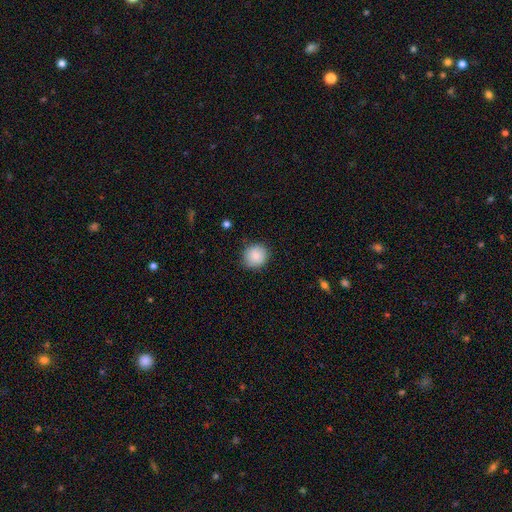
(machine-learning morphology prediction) Smooth or featured? smooth (83%)
How rounded? round (85%)
Merging? none (83%)